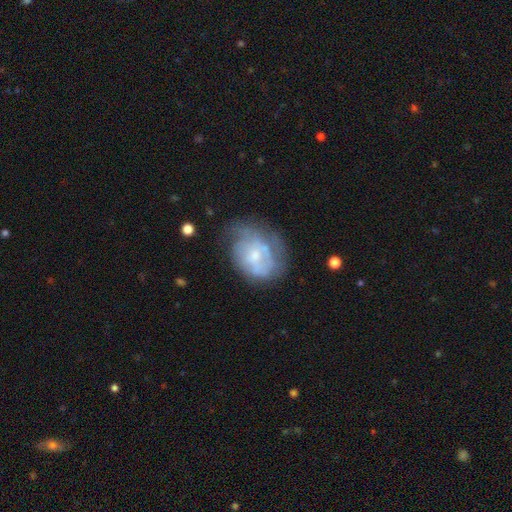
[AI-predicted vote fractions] Smooth or featured?
  - featured or disk: 57% *
  - smooth: 35%
  - star or artifact: 8%
Edge-on disk?
  - no: 97% *
  - yes: 3%
Bar?
  - no: 73% *
  - weak: 24%
  - strong: 4%
Spiral arms?
  - yes: 52% *
  - no: 48%
Bulge size?
  - small: 47% *
  - moderate: 40%
  - none: 8%
  - large: 4%
  - dominant: 1%
Merging?
  - none: 46% *
  - minor disturbance: 30%
  - major disturbance: 21%
  - merger: 3%